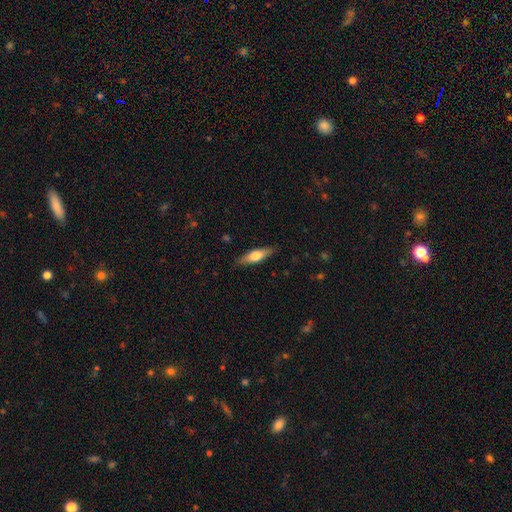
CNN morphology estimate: smooth_or_featured: smooth (p=0.52) [alt: featured or disk p=0.42]
how_rounded: cigar-shaped (p=0.59) [alt: in between p=0.38]
merging: none (p=0.86) [alt: minor disturbance p=0.10]